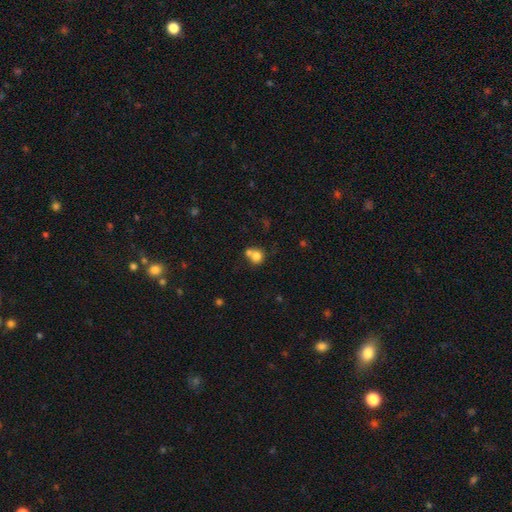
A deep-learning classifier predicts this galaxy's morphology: type=smooth (78%); roundness=round (83%); merging=merger (48%).